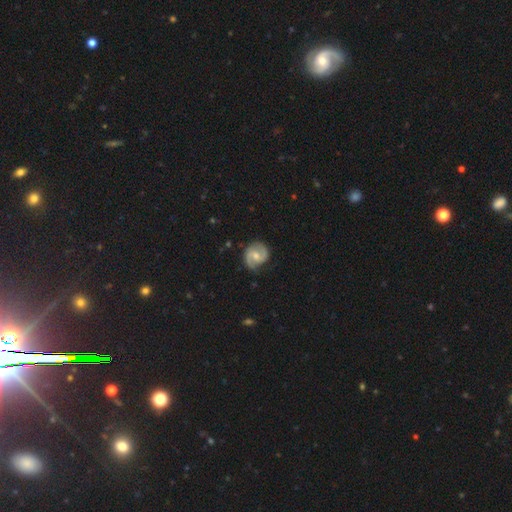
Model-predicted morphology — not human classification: A featured or disk galaxy (83%) with a weak bar (48%), 2 (90%) medium (51%) spiral arms (96%) and a moderate central bulge (60%). Merging: none (79%).